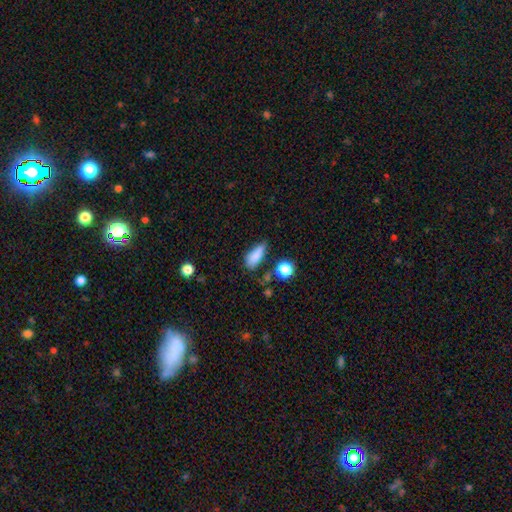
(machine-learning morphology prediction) This is clearly a smooth galaxy (82%). How rounded: likely in between (76%). Merging: possibly none (56%).